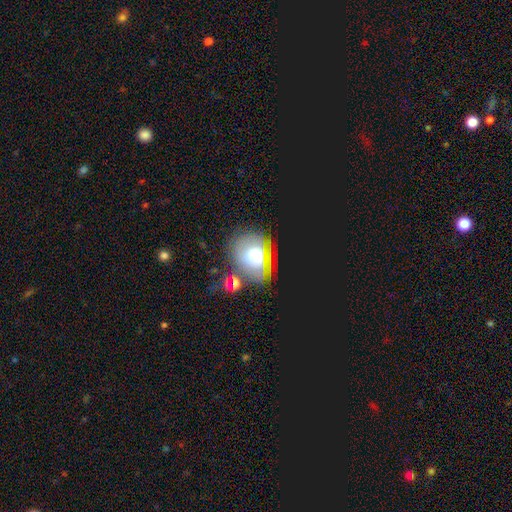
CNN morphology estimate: This appears to be a smooth galaxy with no disk features (42%). Merging: none (65%).